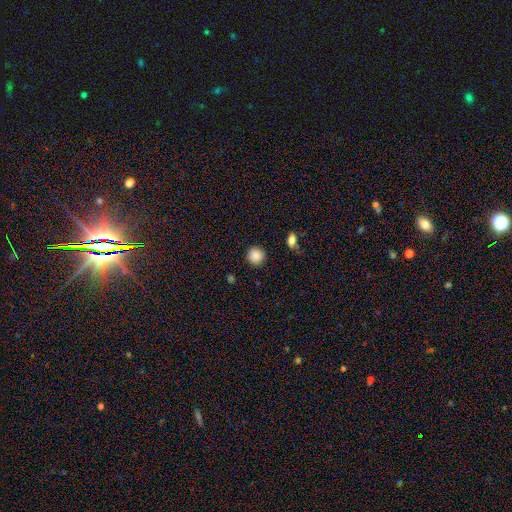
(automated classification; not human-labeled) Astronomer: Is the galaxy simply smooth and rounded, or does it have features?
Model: smooth — 87%.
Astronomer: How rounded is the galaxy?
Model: round — 93%.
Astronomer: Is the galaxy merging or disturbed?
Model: none — 90%.